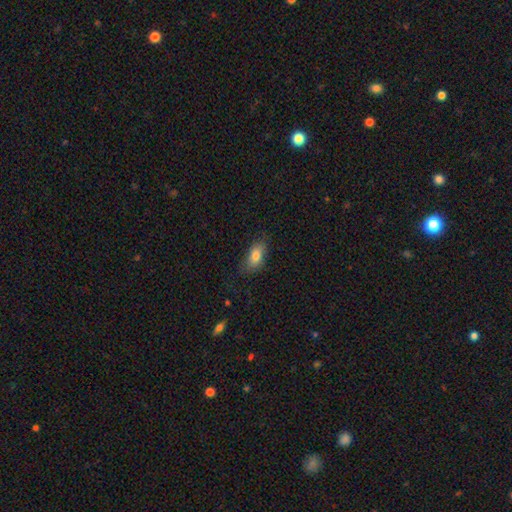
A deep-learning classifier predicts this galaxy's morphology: smooth_or_featured: smooth (p=0.79) [alt: featured or disk p=0.13]
how_rounded: in between (p=0.88) [alt: round p=0.07]
merging: none (p=0.74) [alt: minor disturbance p=0.20]